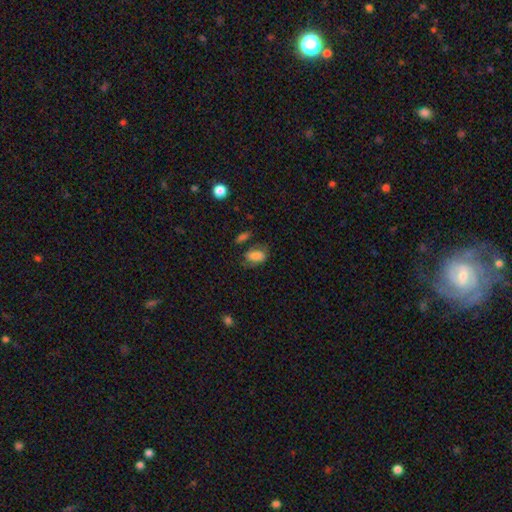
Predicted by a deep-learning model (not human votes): Smooth or featured? Predicted: smooth (p=0.70). How rounded? Predicted: in between (p=0.87). Merging? Predicted: none (p=0.54).